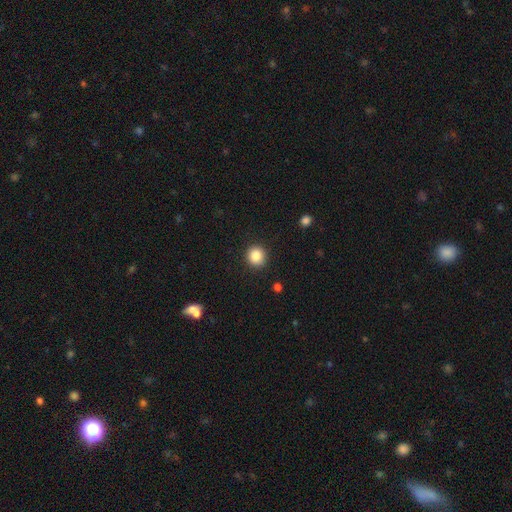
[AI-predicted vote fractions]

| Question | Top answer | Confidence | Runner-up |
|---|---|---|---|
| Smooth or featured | smooth | 86% | star or artifact (10%) |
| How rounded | round | 89% | in between (10%) |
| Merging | none | 91% | minor disturbance (6%) |